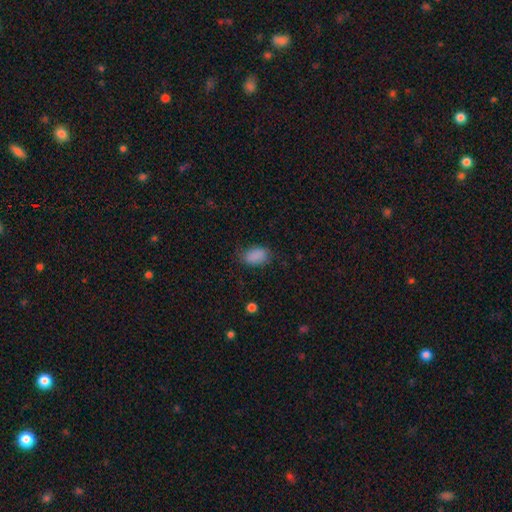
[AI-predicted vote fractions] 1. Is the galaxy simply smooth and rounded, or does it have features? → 86% smooth, 9% star or artifact, 5% featured or disk.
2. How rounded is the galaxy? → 90% in between, 8% round, 2% cigar-shaped.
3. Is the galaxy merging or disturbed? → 72% none, 20% minor disturbance, 6% major disturbance, 1% merger.